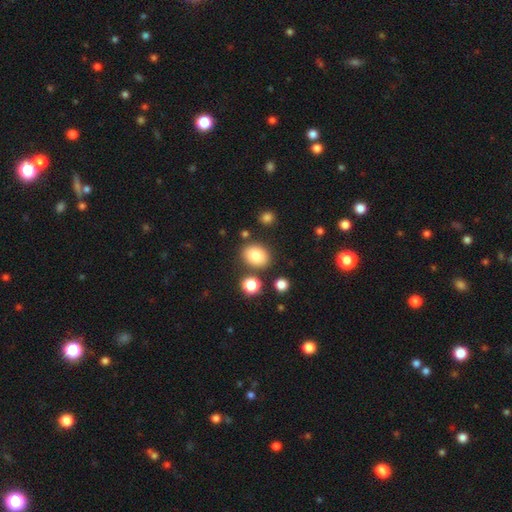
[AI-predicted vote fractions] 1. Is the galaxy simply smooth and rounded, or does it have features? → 83% smooth, 10% star or artifact, 7% featured or disk.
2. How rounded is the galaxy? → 58% in between, 41% round, 1% cigar-shaped.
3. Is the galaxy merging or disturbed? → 79% none, 10% minor disturbance, 7% merger, 3% major disturbance.